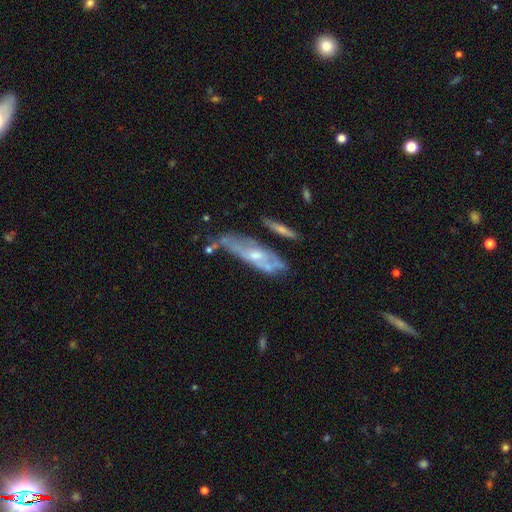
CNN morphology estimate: The model was most divided on "merging": none: 37%, minor disturbance: 27%, major disturbance: 20%, merger: 15%. More confident: edge-on disk — no (64%); smooth or featured — featured or disk (64%).